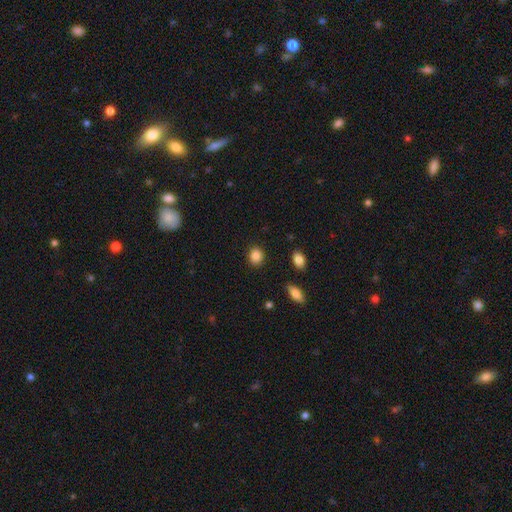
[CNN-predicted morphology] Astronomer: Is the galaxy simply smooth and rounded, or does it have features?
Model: smooth — 87%.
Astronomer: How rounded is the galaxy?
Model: round — 66%.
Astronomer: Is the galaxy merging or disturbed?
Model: none — 88%.